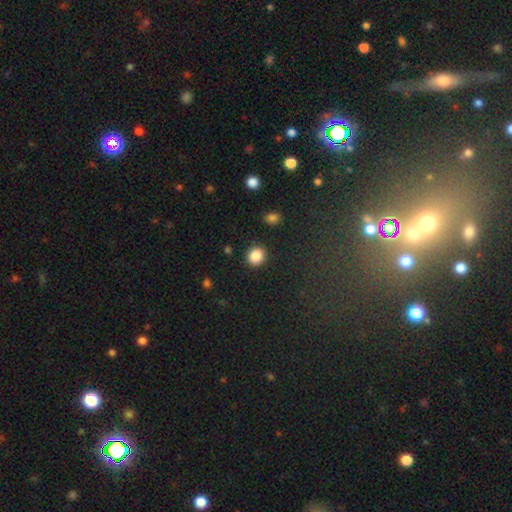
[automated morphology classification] A smooth galaxy with no disk features (87%) that is round (80%). Merging: none (89%).